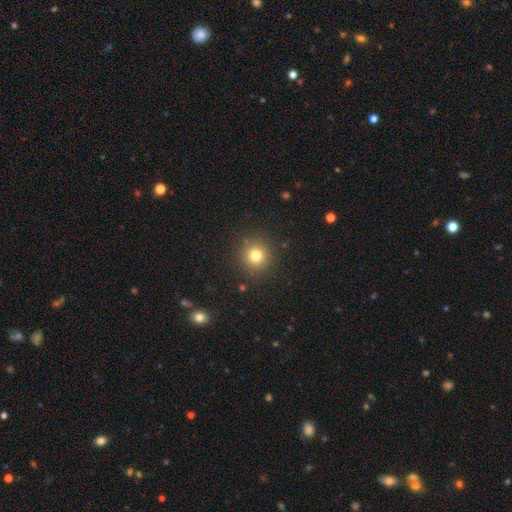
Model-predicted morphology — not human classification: Smooth or featured? Predicted: smooth (p=0.79). How rounded? Predicted: round (p=0.93). Merging? Predicted: none (p=0.89).